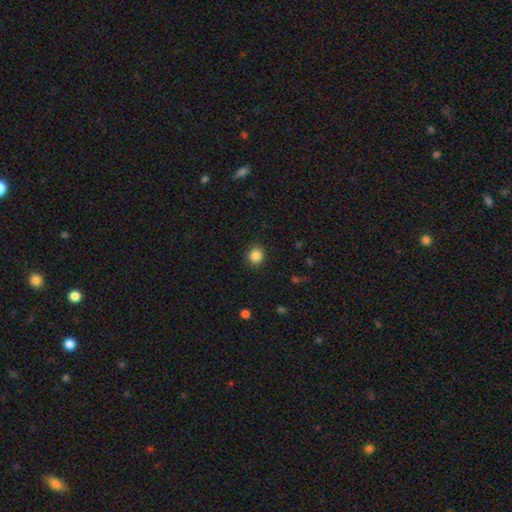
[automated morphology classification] The model was most divided on "smooth or featured": smooth: 85%, star or artifact: 11%, featured or disk: 4%. More confident: merging — none (91%); how rounded — round (87%).